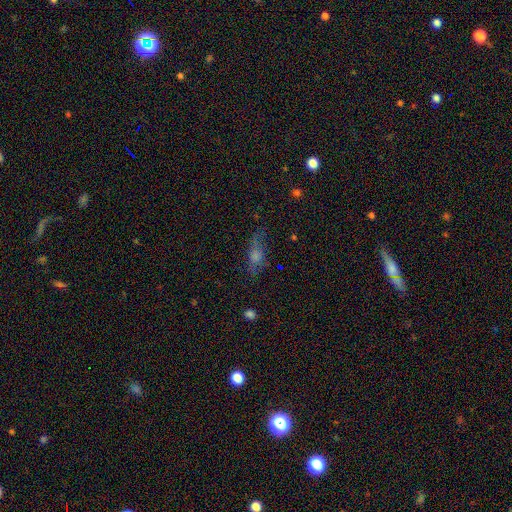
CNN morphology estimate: This is marginally a smooth galaxy (40%). Merging: likely none (65%).